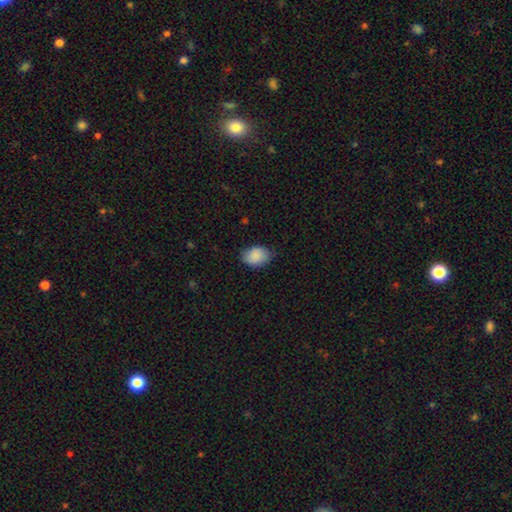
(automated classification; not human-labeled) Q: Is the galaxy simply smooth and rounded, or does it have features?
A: smooth — 89%.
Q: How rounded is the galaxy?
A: in between — 76%.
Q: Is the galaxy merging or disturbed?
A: none — 76%.